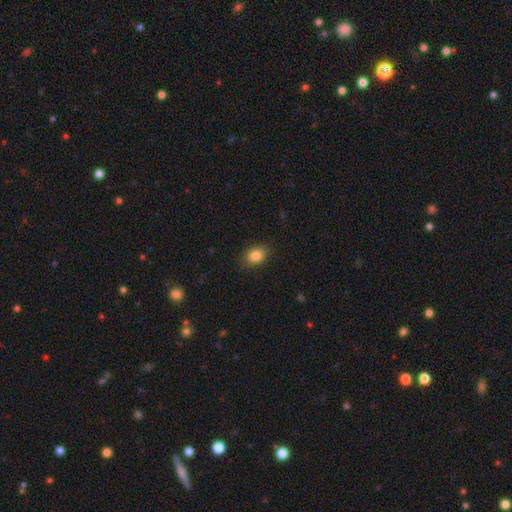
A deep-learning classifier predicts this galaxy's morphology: Overall: smooth (85%). How rounded: in between (71%). Merging: none (86%).